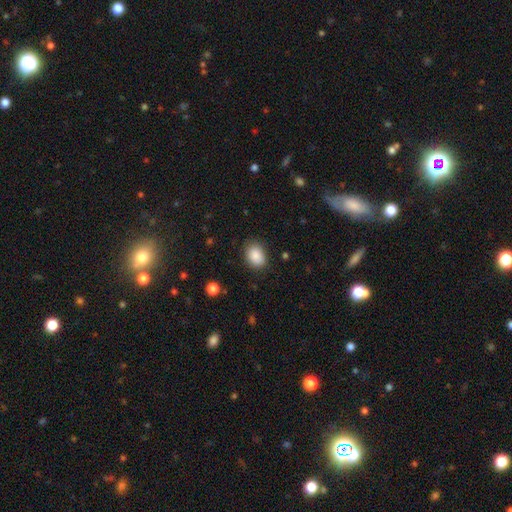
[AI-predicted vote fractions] smooth_or_featured: smooth (p=0.88) [alt: star or artifact p=0.08]
how_rounded: in between (p=0.71) [alt: round p=0.28]
merging: none (p=0.81) [alt: minor disturbance p=0.15]